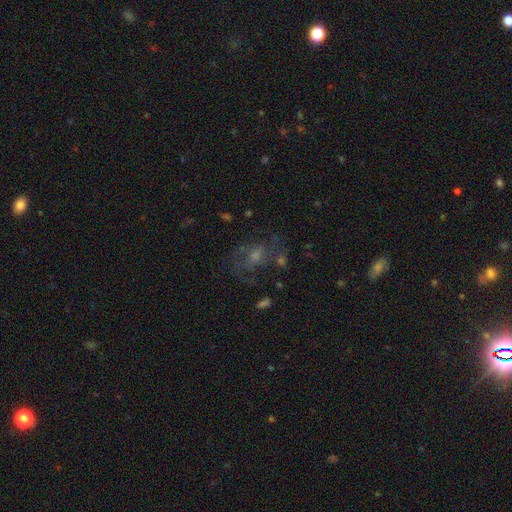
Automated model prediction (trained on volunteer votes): Smooth or featured? featured or disk (56%)
Edge-on disk? no (97%)
Bar? no (66%)
Spiral arms? yes (66%)
Bulge size? small (42%)
Merging? none (53%)